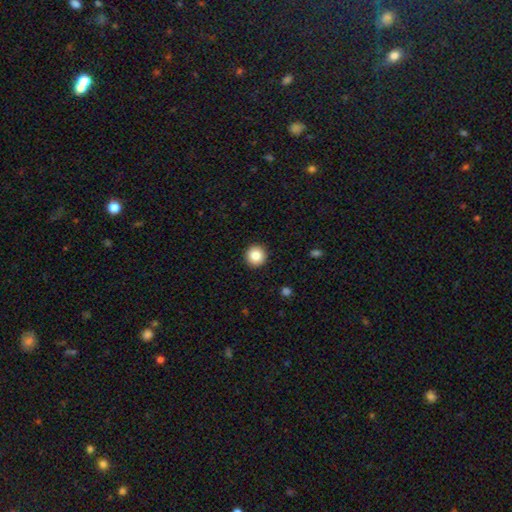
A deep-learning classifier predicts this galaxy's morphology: Smooth or featured? smooth (86%)
How rounded? round (96%)
Merging? none (93%)